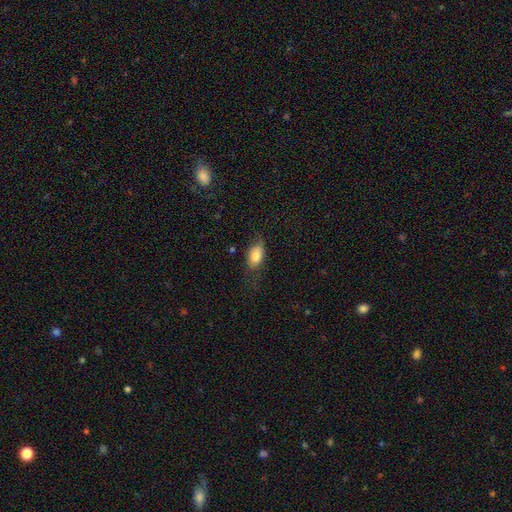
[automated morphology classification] This appears to be a smooth galaxy with no disk features (79%) that is in between round and cigar-shaped (88%). Merging: none (57%).